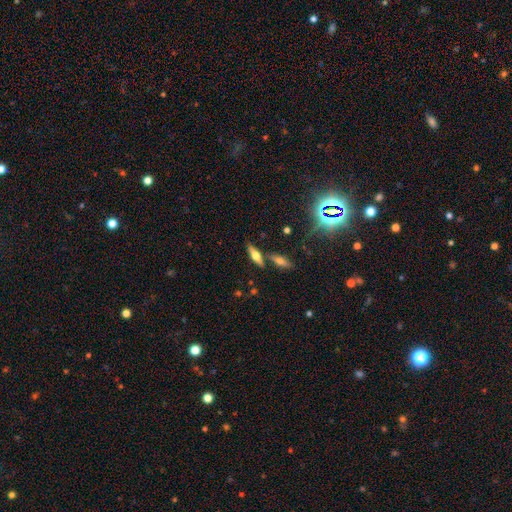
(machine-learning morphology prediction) type=featured or disk (50%); edge-on=yes (91%); merging=none (71%).